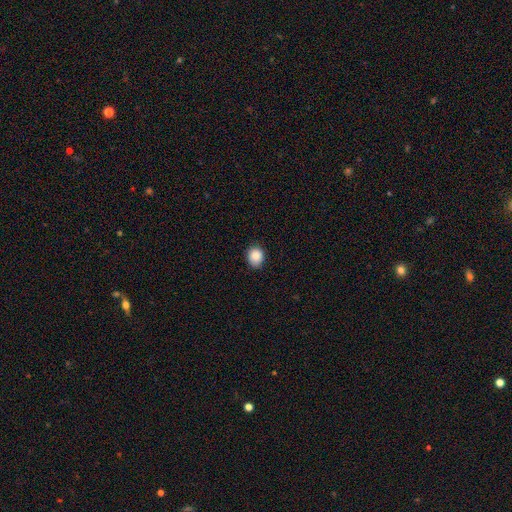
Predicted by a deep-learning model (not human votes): Smooth or featured?
  - smooth: 87% *
  - star or artifact: 9%
  - featured or disk: 4%
How rounded?
  - round: 68% *
  - in between: 31%
  - cigar-shaped: 1%
Merging?
  - none: 84% *
  - minor disturbance: 13%
  - major disturbance: 2%
  - merger: 1%